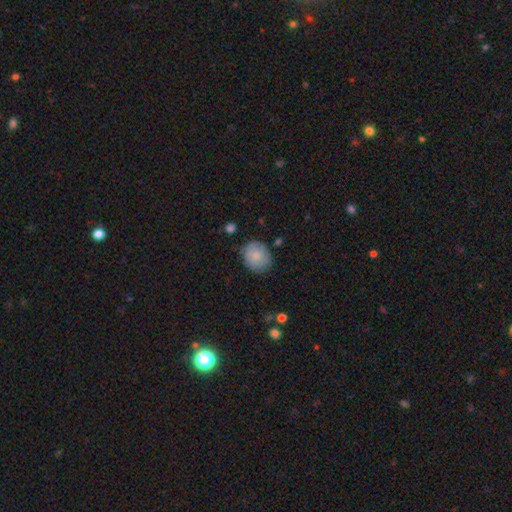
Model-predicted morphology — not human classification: The model was most divided on "how rounded": round: 65%, in between: 34%, cigar-shaped: 1%. More confident: smooth or featured — smooth (82%); merging — none (77%).